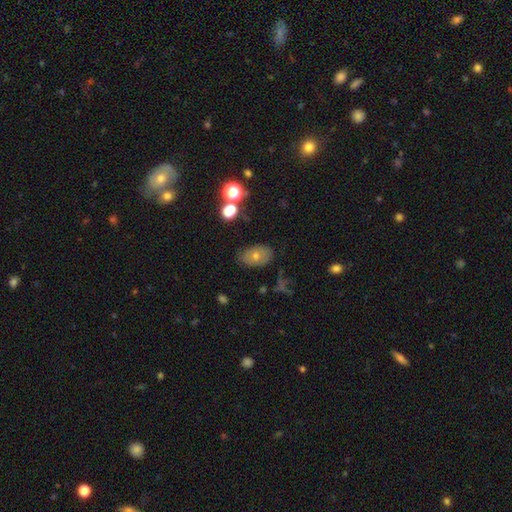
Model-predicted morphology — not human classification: The model was most divided on "smooth or featured": smooth: 57%, featured or disk: 27%, star or artifact: 17%. More confident: how rounded — in between (82%); merging — none (79%).